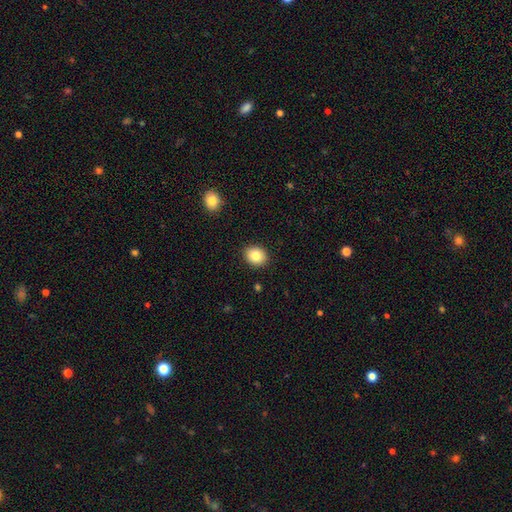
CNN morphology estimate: A smooth galaxy with no disk features (83%) that is round (59%).

Vote fractions:
- Smooth or featured? smooth: 83% / star or artifact: 9% / featured or disk: 8%
- How rounded? round: 59% / in between: 41% / cigar-shaped: 1%
- Merging? none: 90% / minor disturbance: 7% / major disturbance: 2% / merger: 1%